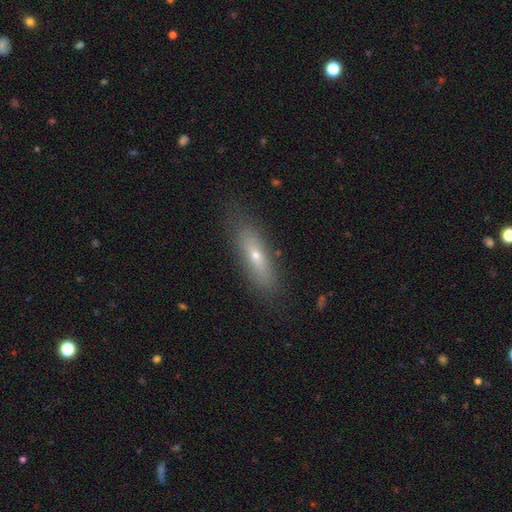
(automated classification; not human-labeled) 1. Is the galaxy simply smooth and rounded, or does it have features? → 55% smooth, 36% featured or disk, 9% star or artifact.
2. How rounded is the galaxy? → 61% cigar-shaped, 36% in between, 3% round.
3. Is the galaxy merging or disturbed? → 82% none, 12% minor disturbance, 4% major disturbance, 1% merger.